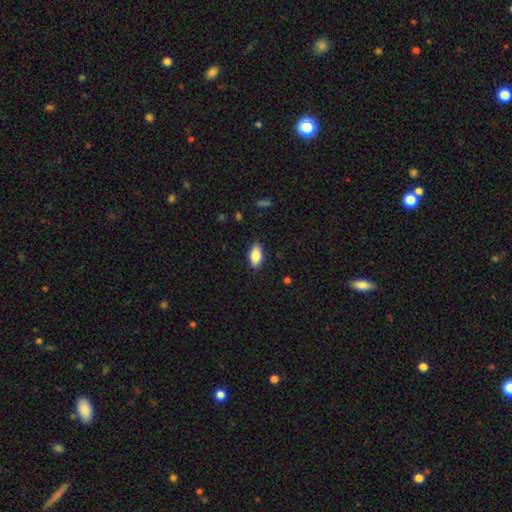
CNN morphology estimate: This is clearly a smooth galaxy (84%). How rounded: clearly in between (90%). Merging: clearly none (86%).